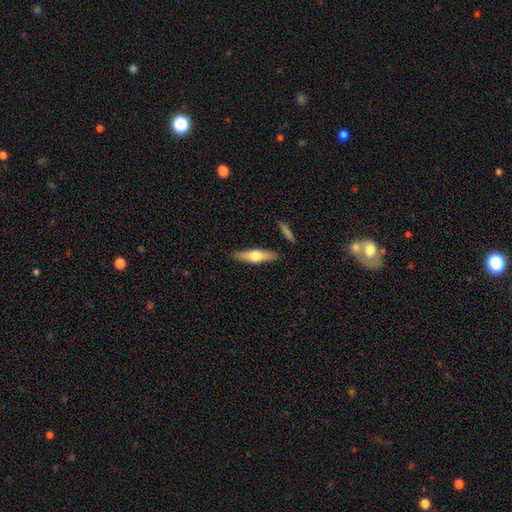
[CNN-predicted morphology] Smooth or featured?
  - featured or disk: 49% *
  - smooth: 46%
  - star or artifact: 5%
Merging?
  - none: 88% *
  - minor disturbance: 8%
  - merger: 2%
  - major disturbance: 2%